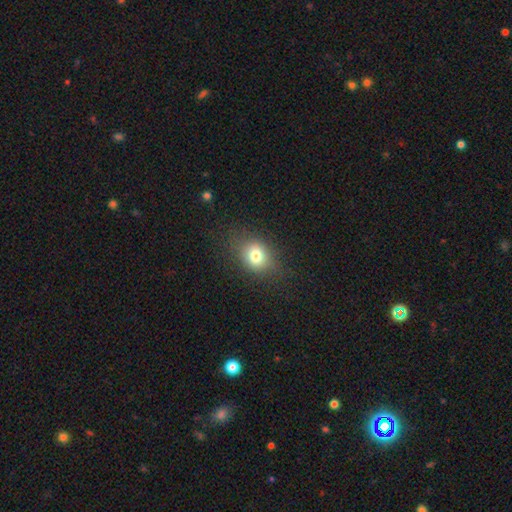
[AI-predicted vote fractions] Q: Smooth or featured?
A: smooth (75%); runner-up: star or artifact (13%)
Q: How rounded?
A: round (53%); runner-up: in between (46%)
Q: Merging?
A: none (79%); runner-up: minor disturbance (14%)